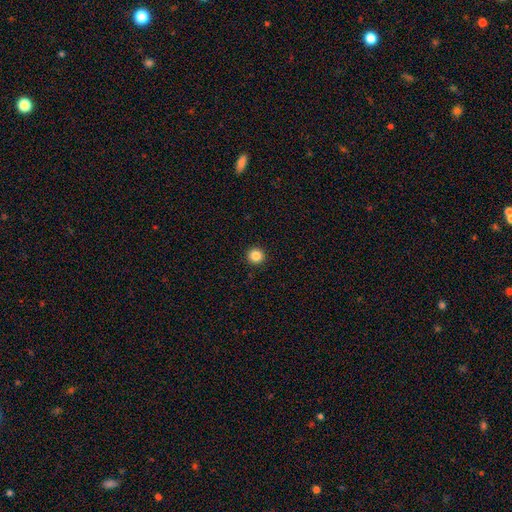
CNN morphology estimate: smooth-or-featured: smooth: 86% | star or artifact: 11% | featured or disk: 4%
  how-rounded: round: 95% | in between: 4% | cigar-shaped: 1%
  merging: none: 94% | minor disturbance: 4% | major disturbance: 1% | merger: 1%